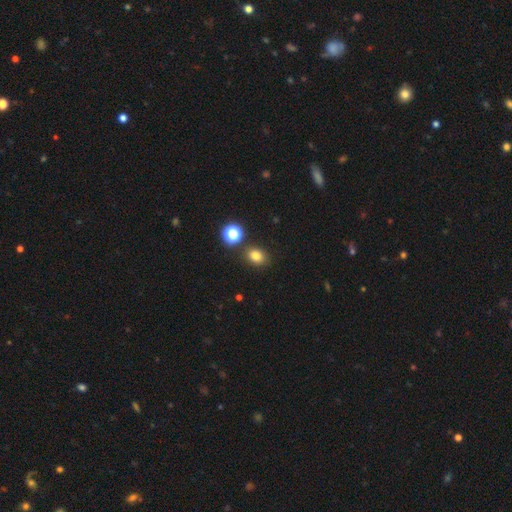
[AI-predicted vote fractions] Overall: smooth (78%). How rounded: in between (50%; round 49%). Merging: none (82%).